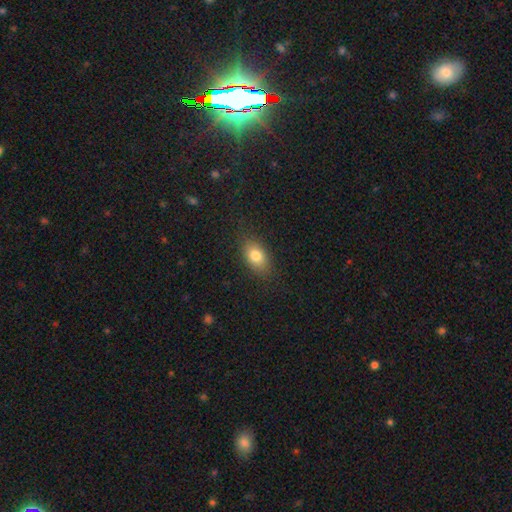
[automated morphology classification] Overall: smooth (80%). How rounded: in between (83%). Merging: none (84%).